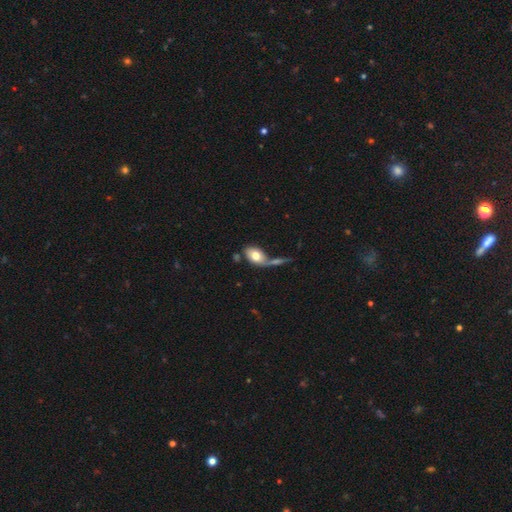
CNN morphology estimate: A smooth galaxy with no disk features (72%) that is in between round and cigar-shaped (88%). Merging: none (37%).